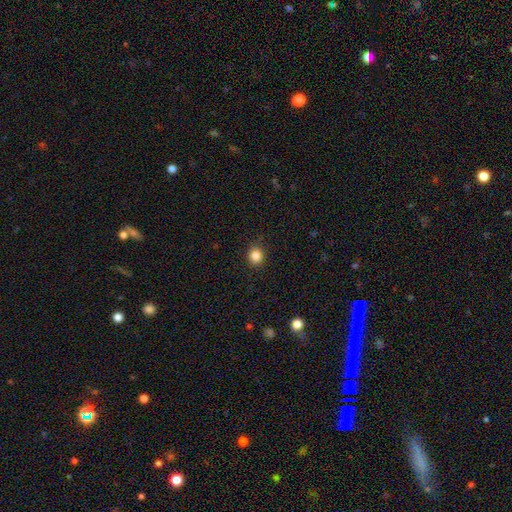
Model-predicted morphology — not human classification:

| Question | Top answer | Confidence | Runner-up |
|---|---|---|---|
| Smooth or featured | smooth | 85% | star or artifact (11%) |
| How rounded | round | 85% | in between (14%) |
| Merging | none | 89% | minor disturbance (7%) |